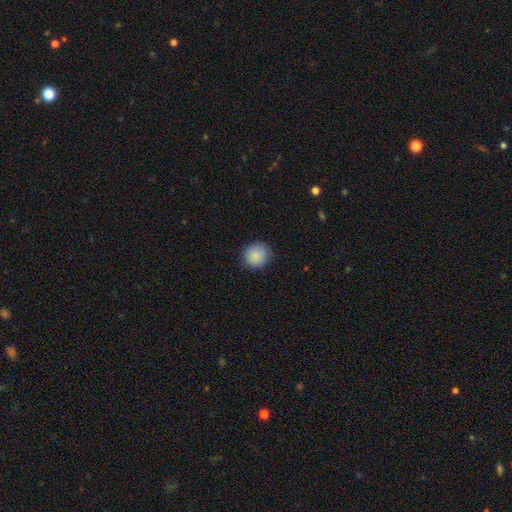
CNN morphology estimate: Q: Smooth or featured?
A: smooth (88%); runner-up: star or artifact (7%)
Q: How rounded?
A: round (87%); runner-up: in between (12%)
Q: Merging?
A: none (88%); runner-up: minor disturbance (9%)